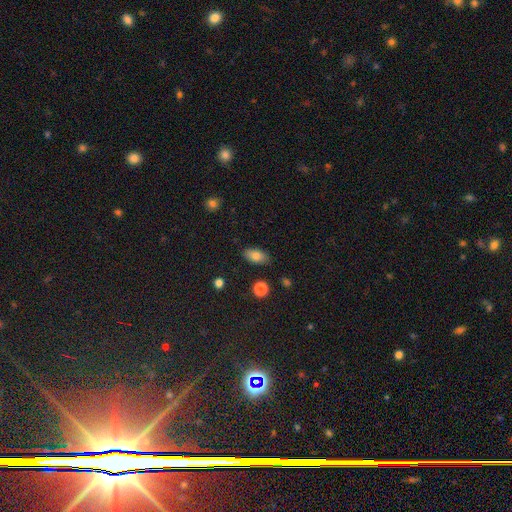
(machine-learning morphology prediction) Smooth or featured: smooth — 81% (featured or disk — 10%)
How rounded: in between — 90% (round — 6%)
Merging: none — 85% (minor disturbance — 11%)